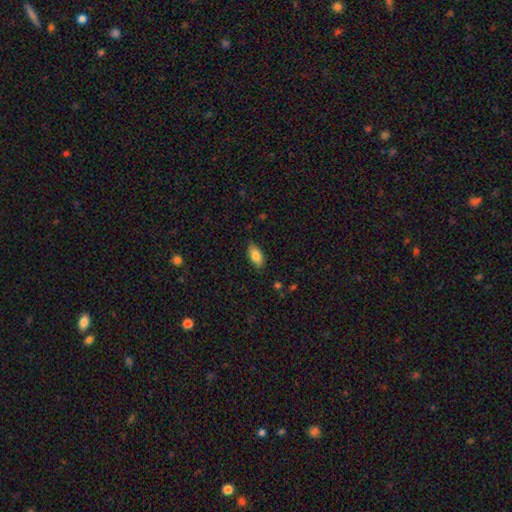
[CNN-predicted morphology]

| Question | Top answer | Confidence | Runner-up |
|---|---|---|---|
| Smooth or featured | smooth | 81% | featured or disk (12%) |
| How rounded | in between | 87% | cigar-shaped (10%) |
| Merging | none | 84% | minor disturbance (12%) |